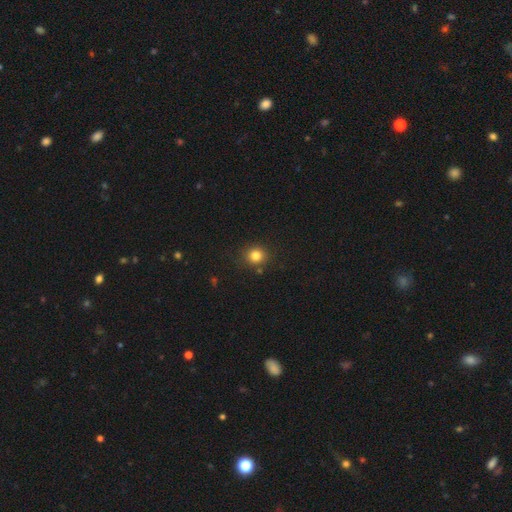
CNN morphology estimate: This appears to be a smooth galaxy with no disk features (82%) that is round (86%). Merging: none (86%).